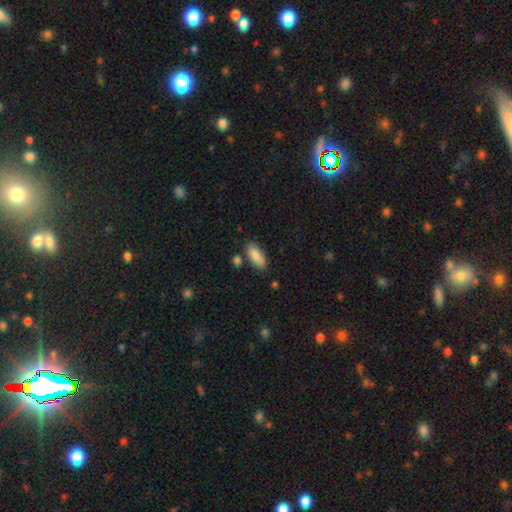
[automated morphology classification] Smooth or featured?
  - smooth: 87% *
  - featured or disk: 6%
  - star or artifact: 6%
How rounded?
  - in between: 82% *
  - cigar-shaped: 16%
  - round: 2%
Merging?
  - none: 80% *
  - minor disturbance: 13%
  - merger: 5%
  - major disturbance: 3%